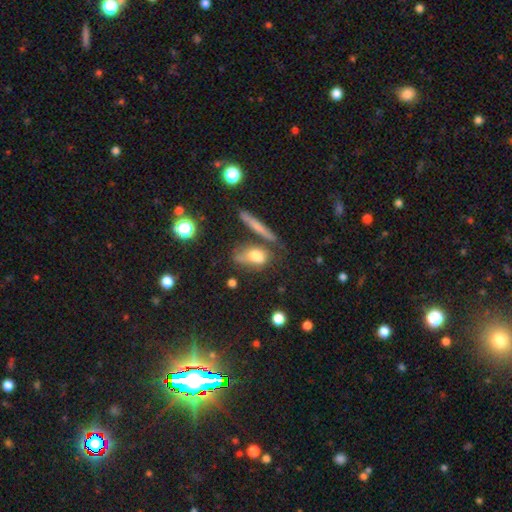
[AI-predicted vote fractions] smooth_or_featured: smooth (p=0.64) [alt: featured or disk p=0.24]
how_rounded: in between (p=0.61) [alt: round p=0.20]
merging: none (p=0.44) [alt: minor disturbance p=0.22]